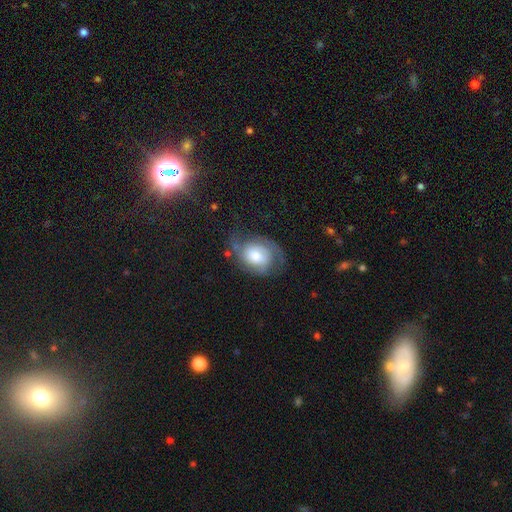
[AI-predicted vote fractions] Smooth or featured? Predicted: featured or disk (p=0.64). Edge-on disk? Predicted: no (p=0.97). Bar? Predicted: no (p=0.65). Spiral arms? Predicted: yes (p=0.88). Spiral winding? Predicted: tight (p=0.41). Spiral arm count? Predicted: 2 (p=0.61). Bulge size? Predicted: moderate (p=0.57). Merging? Predicted: none (p=0.53).